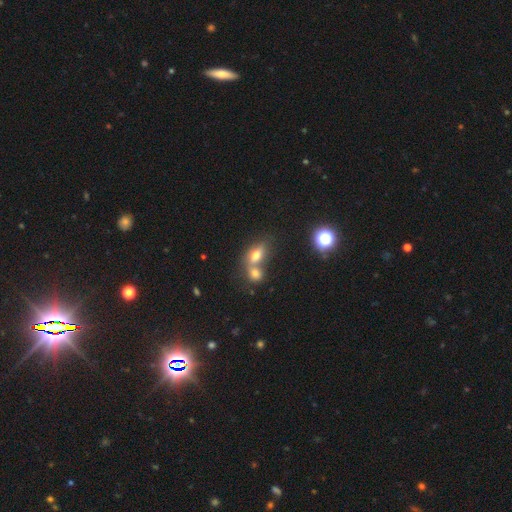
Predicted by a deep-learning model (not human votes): Morphology: type=smooth (71%); roundness=in between (72%); merging=merger (60%).